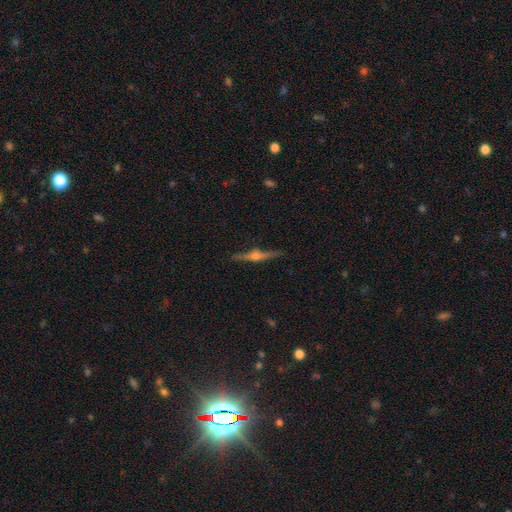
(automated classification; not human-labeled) Smooth or featured? featured or disk (84%)
Edge-on disk? yes (98%)
Edge-on bulge? rounded (92%)
Merging? none (91%)